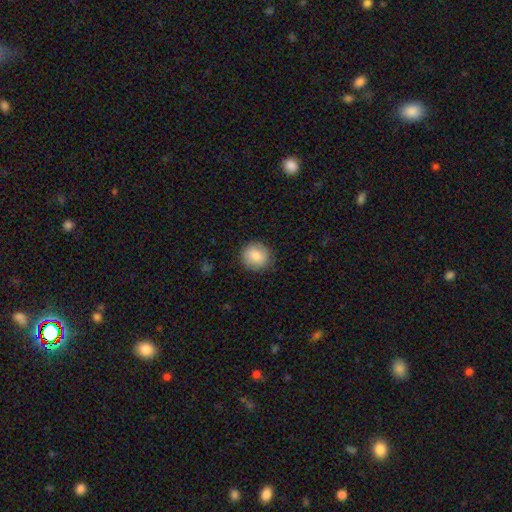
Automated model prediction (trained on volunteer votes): This is clearly a smooth galaxy (82%). How rounded: clearly round (90%). Merging: clearly none (87%).